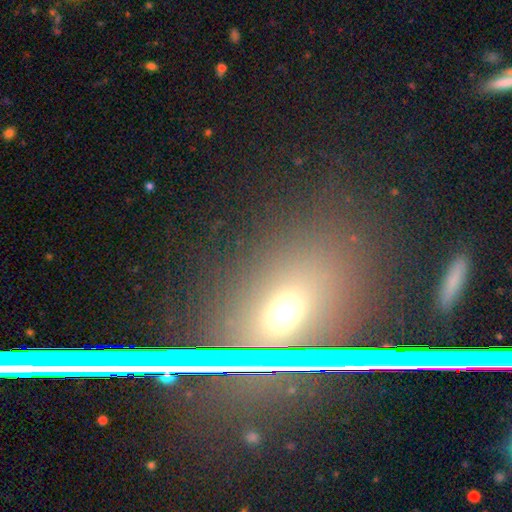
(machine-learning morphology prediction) This is marginally a smooth galaxy (43%, tied with star or artifact). Merging: likely none (79%).